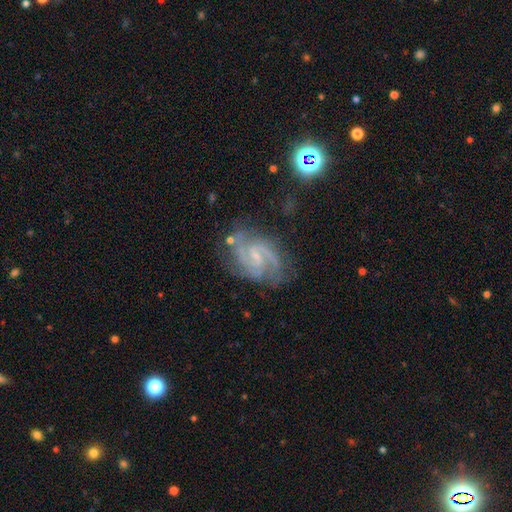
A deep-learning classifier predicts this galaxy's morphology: Overall: featured or disk (88%). Edge-on disk: no (98%). Bar: weak (56%; no 30%). Spiral arms: yes (97%). Spiral arm count: 2 (72%). Spiral winding: medium (56%; tight 28%). Bulge size: small (68%). Merging: none (70%).